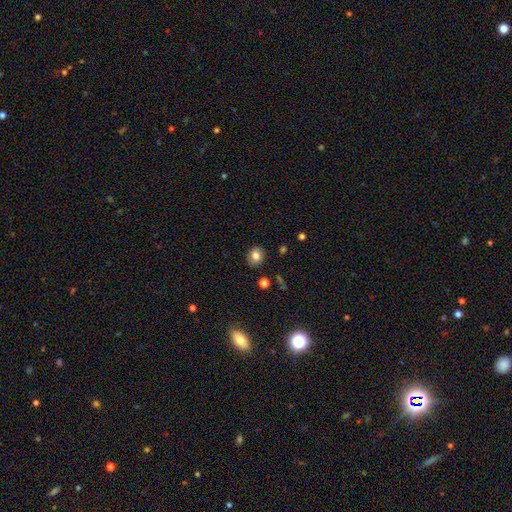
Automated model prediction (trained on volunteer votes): Smooth or featured: smooth — 80% (star or artifact — 10%)
How rounded: round — 68% (in between — 31%)
Merging: none — 87% (minor disturbance — 9%)